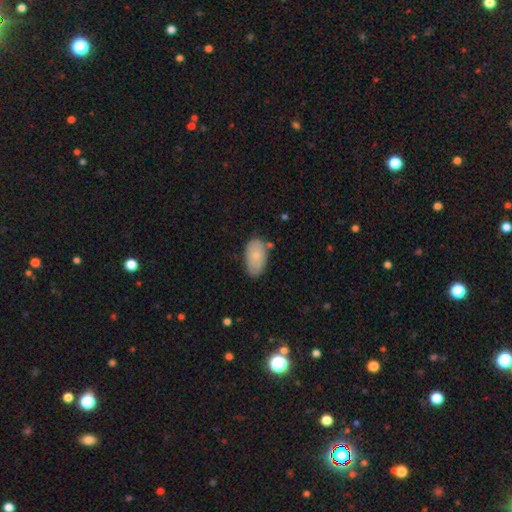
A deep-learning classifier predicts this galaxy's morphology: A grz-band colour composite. It shows a smooth galaxy with no disk features (76%) that is in between round and cigar-shaped (94%). Merging: none (70%).